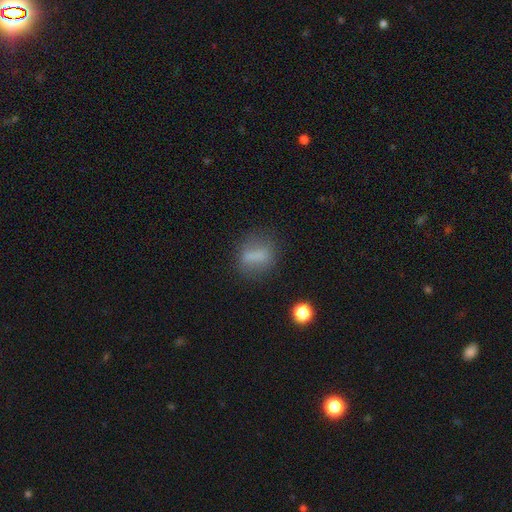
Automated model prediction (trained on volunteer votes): A smooth galaxy with no disk features (68%) that is in between round and cigar-shaped (49%). Merging: none (69%).